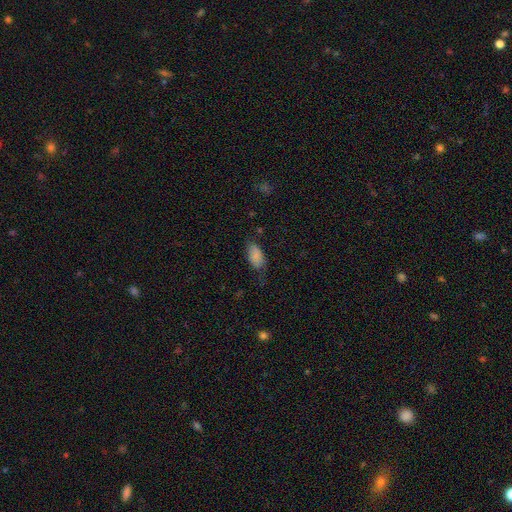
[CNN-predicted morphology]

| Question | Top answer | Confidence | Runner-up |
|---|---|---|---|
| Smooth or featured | smooth | 84% | star or artifact (8%) |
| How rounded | in between | 92% | cigar-shaped (5%) |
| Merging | none | 56% | minor disturbance (32%) |